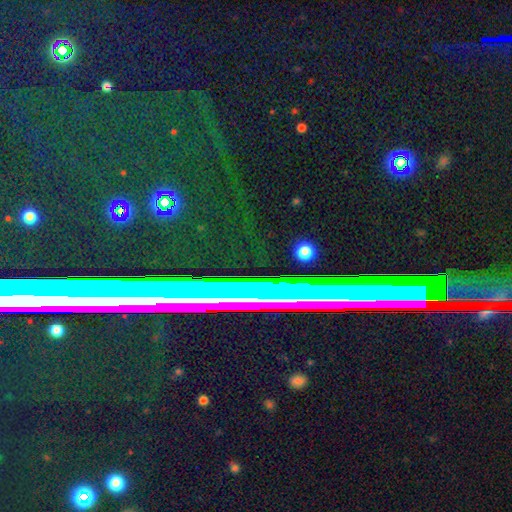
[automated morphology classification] Smooth or featured: star or artifact — 72% (featured or disk — 16%)